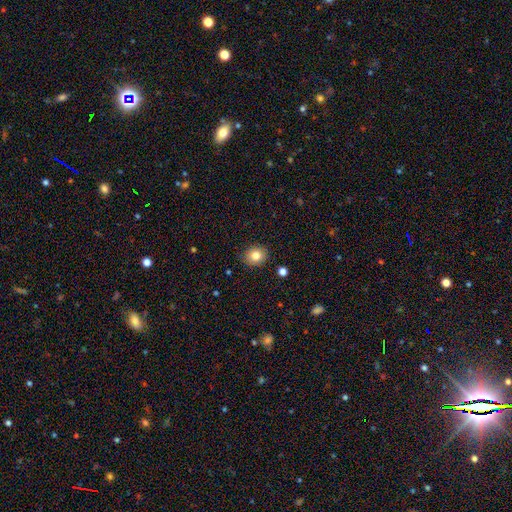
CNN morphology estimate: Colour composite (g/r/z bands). It shows a smooth galaxy with no disk features (82%) that is round (71%). Merging: none (88%).